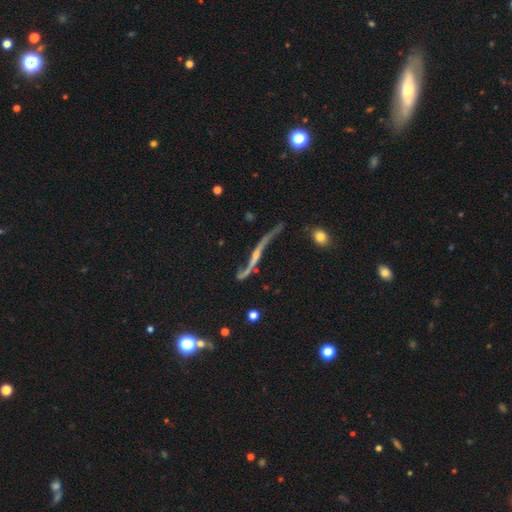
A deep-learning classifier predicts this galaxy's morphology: This is clearly a featured or disk galaxy (81%). It is likely viewed edge-on (61%). Merging: marginally none (43%).